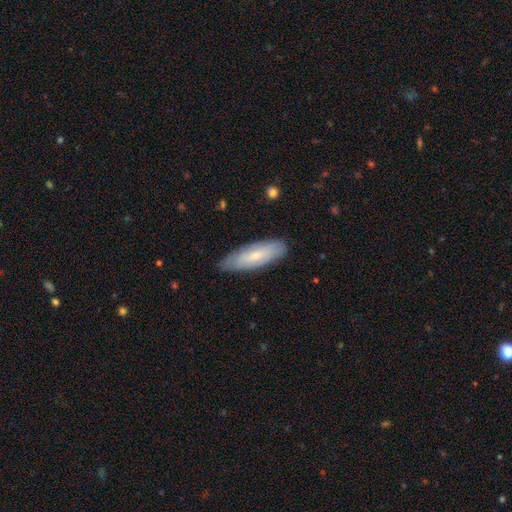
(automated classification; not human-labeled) Morphology: type=smooth (61%); roundness=in between (56%); merging=none (82%).